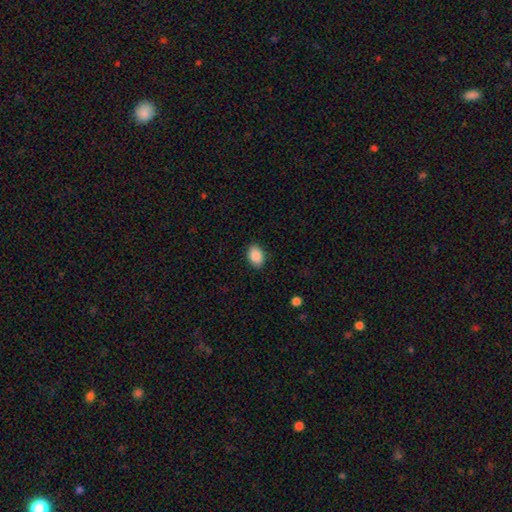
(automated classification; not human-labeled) smooth-or-featured: smooth: 88% | star or artifact: 7% | featured or disk: 4%
  how-rounded: in between: 84% | round: 15% | cigar-shaped: 1%
  merging: none: 88% | minor disturbance: 9% | major disturbance: 2% | merger: 1%